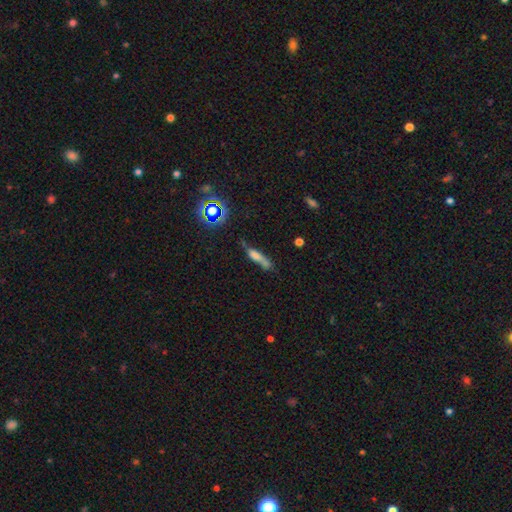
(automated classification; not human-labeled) Q: Smooth or featured?
A: smooth (55%); runner-up: featured or disk (28%)
Q: How rounded?
A: cigar-shaped (70%); runner-up: in between (25%)
Q: Merging?
A: none (41%); runner-up: minor disturbance (25%)